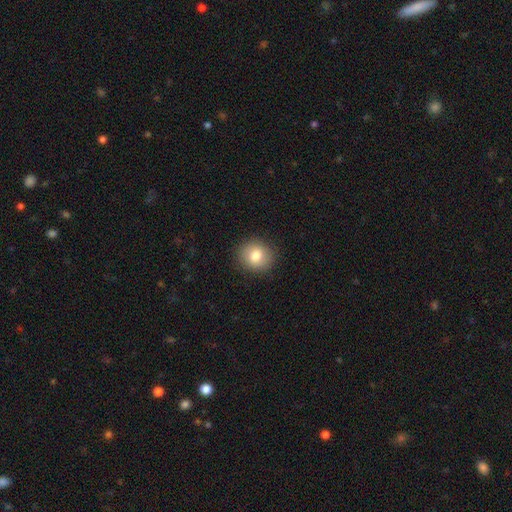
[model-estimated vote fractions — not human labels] Smooth or featured?
  - smooth: 80% *
  - featured or disk: 11%
  - star or artifact: 9%
How rounded?
  - round: 81% *
  - in between: 18%
  - cigar-shaped: 1%
Merging?
  - none: 90% *
  - minor disturbance: 7%
  - major disturbance: 2%
  - merger: 1%